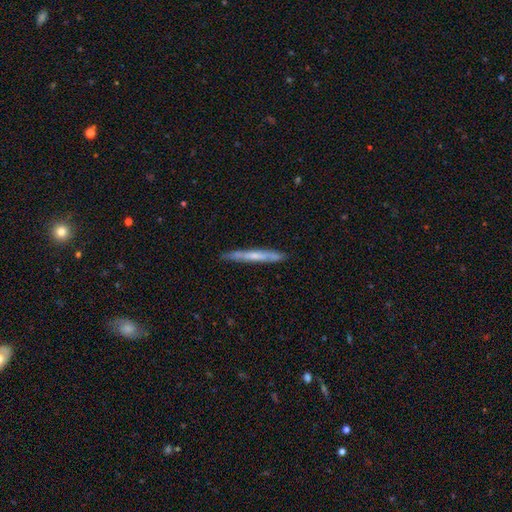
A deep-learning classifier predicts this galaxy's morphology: smooth_or_featured: smooth (p=0.49) [alt: featured or disk p=0.45]
merging: none (p=0.87) [alt: minor disturbance p=0.10]